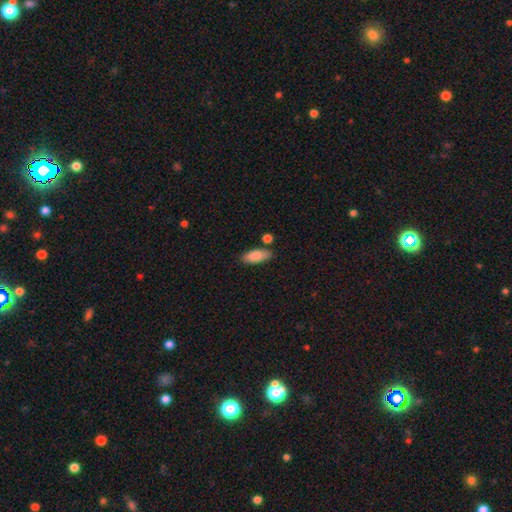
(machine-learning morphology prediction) A smooth galaxy with no disk features (86%) that is in between round and cigar-shaped (82%).

Vote fractions:
- Smooth or featured? smooth: 86% / featured or disk: 8% / star or artifact: 6%
- How rounded? in between: 82% / cigar-shaped: 16% / round: 2%
- Merging? none: 77% / minor disturbance: 13% / merger: 7% / major disturbance: 3%